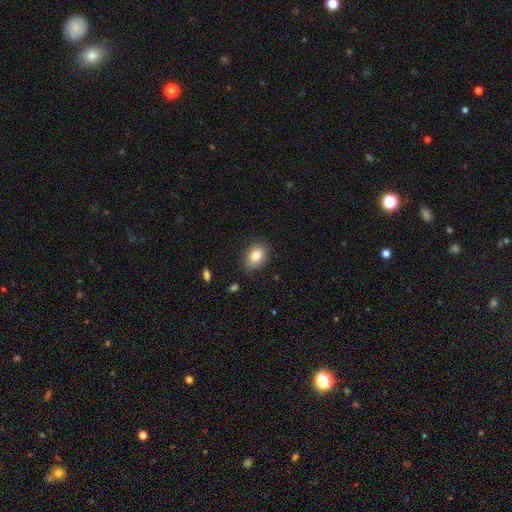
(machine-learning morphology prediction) Smooth or featured? Predicted: smooth (p=0.84). How rounded? Predicted: in between (p=0.74). Merging? Predicted: none (p=0.78).